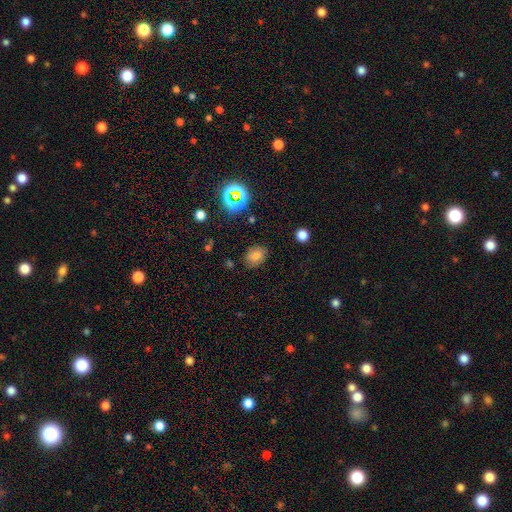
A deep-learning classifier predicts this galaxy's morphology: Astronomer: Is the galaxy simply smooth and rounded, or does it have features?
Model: smooth — 72%.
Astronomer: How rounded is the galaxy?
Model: in between — 64%.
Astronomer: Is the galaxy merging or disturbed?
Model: none — 81%.